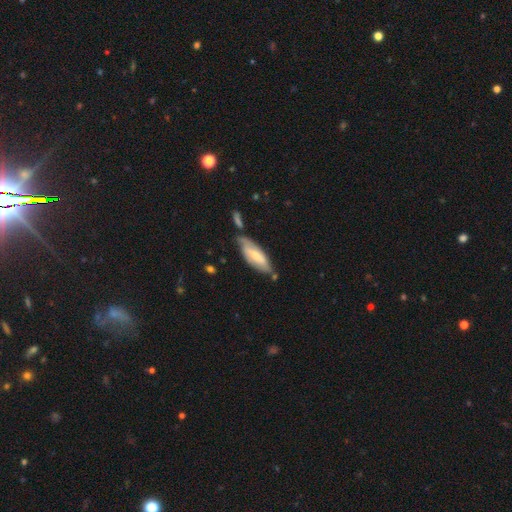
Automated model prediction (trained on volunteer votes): Q: Smooth or featured?
A: smooth (57%); runner-up: featured or disk (38%)
Q: How rounded?
A: in between (65%); runner-up: cigar-shaped (34%)
Q: Merging?
A: none (51%); runner-up: minor disturbance (27%)